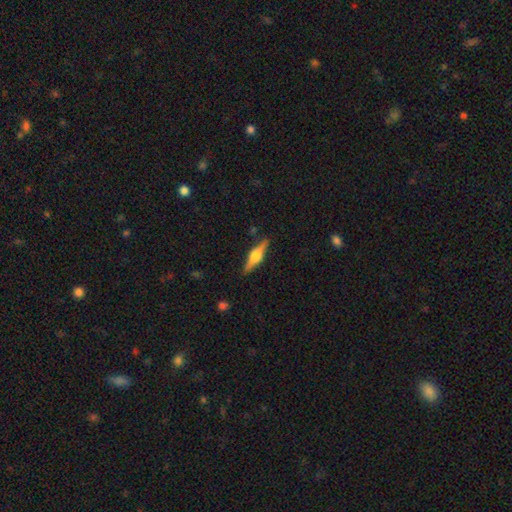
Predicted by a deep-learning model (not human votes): This is likely a featured or disk galaxy (70%). It is clearly viewed edge-on (97%). Edge-on bulge: clearly rounded (90%). Merging: clearly none (88%).